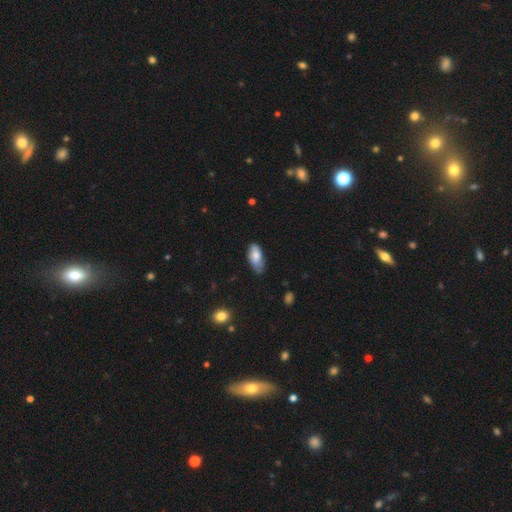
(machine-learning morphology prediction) The model was most divided on "merging": none: 56%, minor disturbance: 35%, major disturbance: 7%, merger: 2%. More confident: how rounded — in between (87%); smooth or featured — smooth (75%).